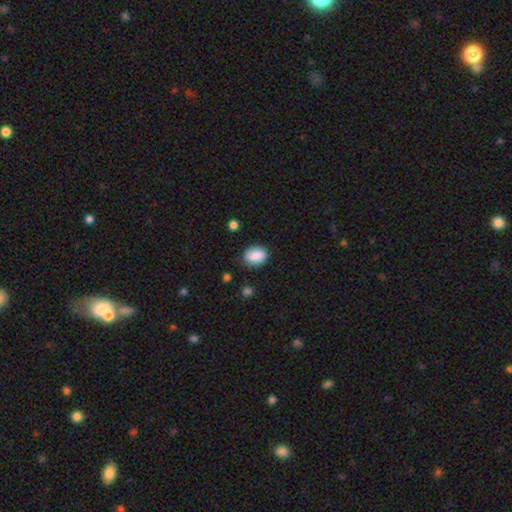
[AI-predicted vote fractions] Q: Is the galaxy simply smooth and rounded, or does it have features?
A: smooth — 84%.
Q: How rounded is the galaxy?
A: in between — 63%.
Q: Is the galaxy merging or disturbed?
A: none — 81%.